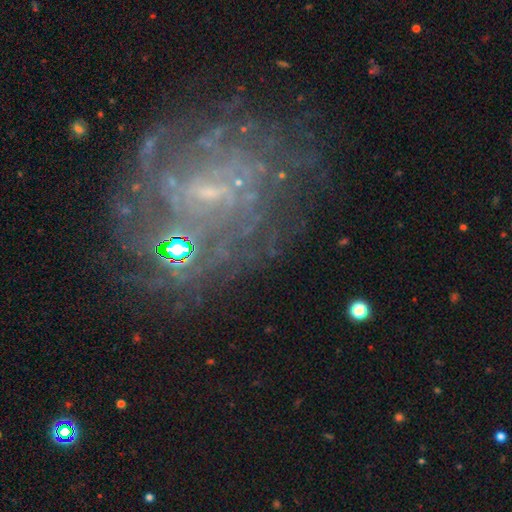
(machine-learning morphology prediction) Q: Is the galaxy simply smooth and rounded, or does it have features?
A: featured or disk — 75%.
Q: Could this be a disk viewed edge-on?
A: no — 97%.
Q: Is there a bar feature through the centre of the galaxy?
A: weak — 47%.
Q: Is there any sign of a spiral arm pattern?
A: yes — 78%.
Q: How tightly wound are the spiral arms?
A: tight — 57%.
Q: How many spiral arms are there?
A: can't tell — 54%.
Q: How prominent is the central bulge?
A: small — 67%.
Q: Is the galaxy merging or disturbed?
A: none — 65%.